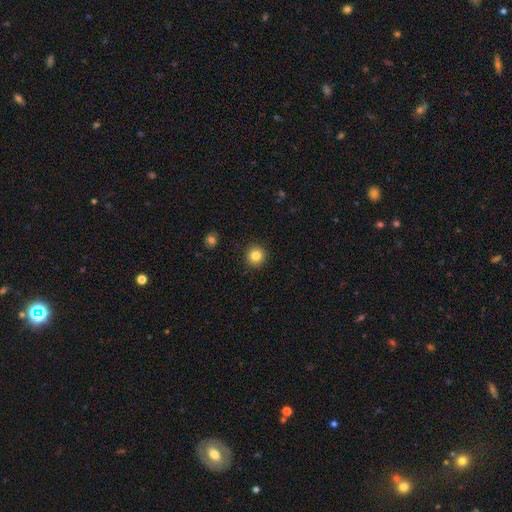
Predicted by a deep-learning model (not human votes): Smooth or featured? smooth (83%)
How rounded? round (94%)
Merging? none (92%)